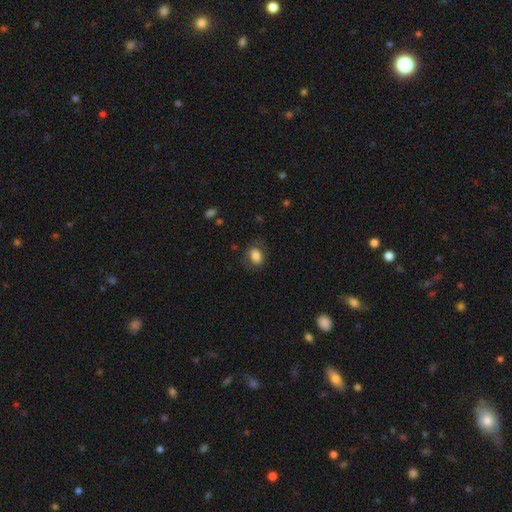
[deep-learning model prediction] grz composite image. It shows a smooth galaxy with no disk features (80%) that is in between round and cigar-shaped (74%). Merging: none (72%).